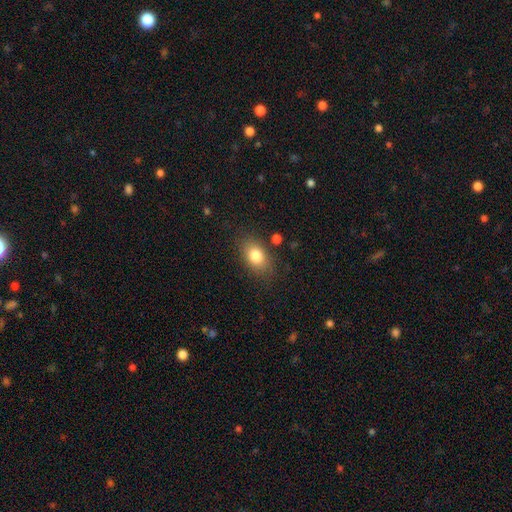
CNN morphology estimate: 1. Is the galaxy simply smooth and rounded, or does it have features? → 82% smooth, 10% featured or disk, 9% star or artifact.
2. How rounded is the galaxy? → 80% in between, 18% round, 2% cigar-shaped.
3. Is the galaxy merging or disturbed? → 81% none, 13% minor disturbance, 4% major disturbance, 2% merger.